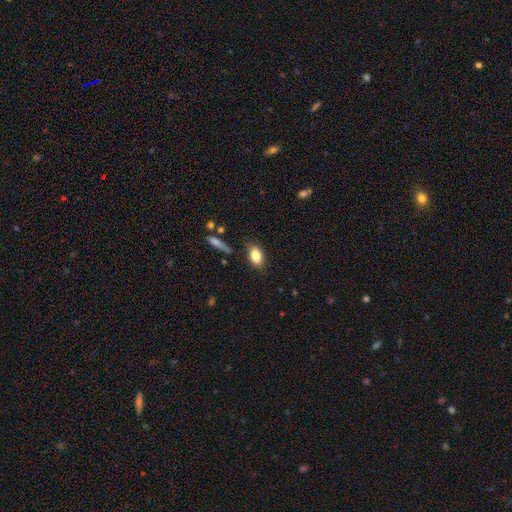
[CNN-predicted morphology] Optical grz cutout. It shows a smooth galaxy with no disk features (82%) that is in between round and cigar-shaped (87%). Merging: none (83%).